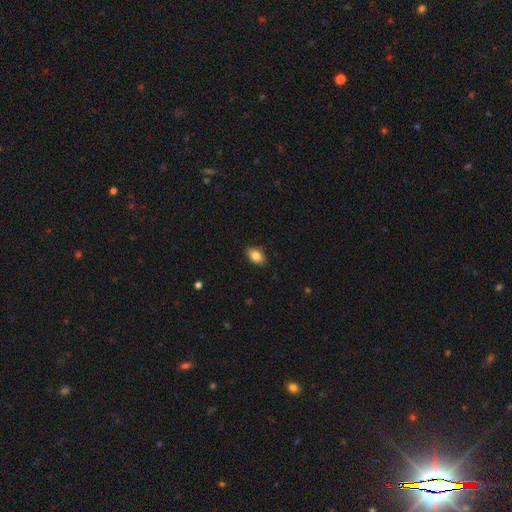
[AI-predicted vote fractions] Smooth or featured?
  - smooth: 85% *
  - star or artifact: 8%
  - featured or disk: 7%
How rounded?
  - in between: 88% *
  - round: 10%
  - cigar-shaped: 2%
Merging?
  - none: 87% *
  - minor disturbance: 10%
  - major disturbance: 2%
  - merger: 1%